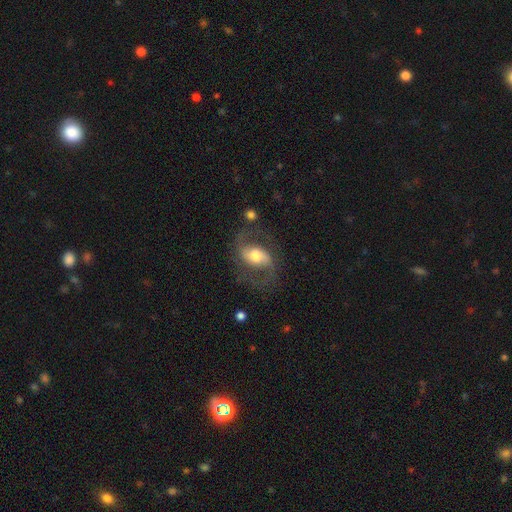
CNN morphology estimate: This appears to be a featured or disk galaxy (79%) with a weak bar (43%), 2 (92%) medium (52%) spiral arms (92%) and a moderate central bulge (59%). Merging: none (68%).